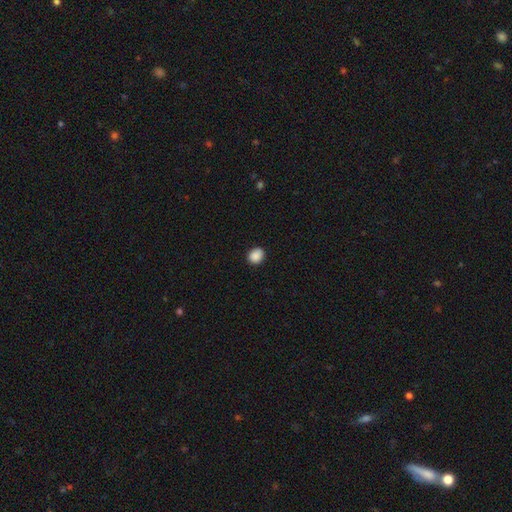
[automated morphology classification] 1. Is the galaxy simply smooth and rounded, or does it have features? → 89% smooth, 9% star or artifact, 2% featured or disk.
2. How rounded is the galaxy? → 65% round, 34% in between, 1% cigar-shaped.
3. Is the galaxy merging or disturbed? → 90% none, 7% minor disturbance, 2% major disturbance, 1% merger.